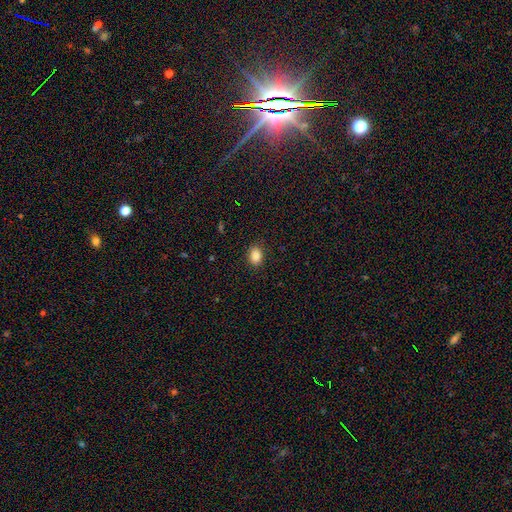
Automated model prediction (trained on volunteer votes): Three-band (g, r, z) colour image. It shows a smooth galaxy with no disk features (86%) that is in between round and cigar-shaped (64%). Merging: none (88%).